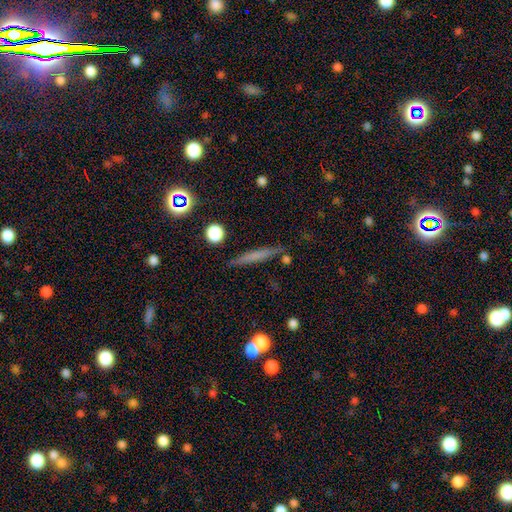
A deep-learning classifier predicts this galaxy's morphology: smooth 55%, featured or disk 35%, star or artifact 10%. Down the decision tree: how rounded — cigar-shaped (92%); merging — none (85%).